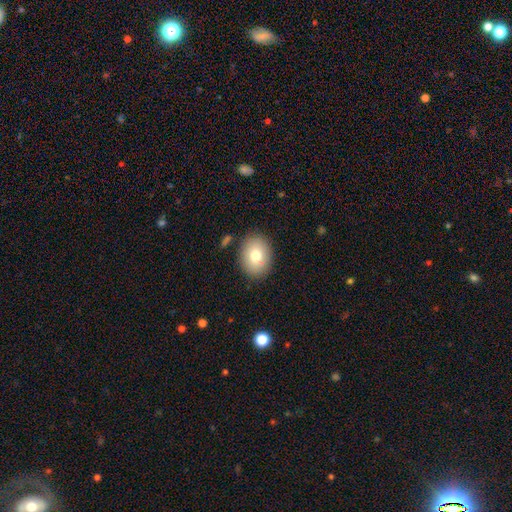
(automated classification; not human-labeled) A smooth galaxy with no disk features (77%) that is in between round and cigar-shaped (60%). Merging: none (85%).